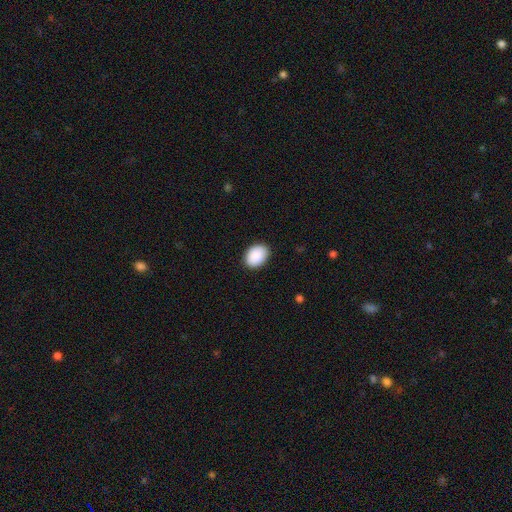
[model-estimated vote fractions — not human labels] Q: Smooth or featured?
A: smooth (90%); runner-up: star or artifact (6%)
Q: How rounded?
A: in between (76%); runner-up: round (23%)
Q: Merging?
A: none (88%); runner-up: minor disturbance (9%)